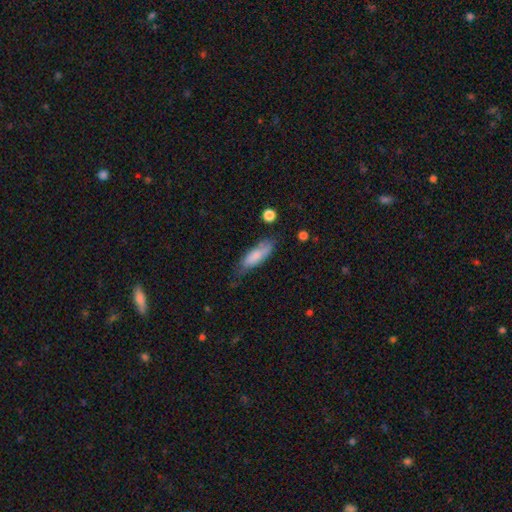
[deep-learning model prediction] Q: Smooth or featured?
A: smooth (77%); runner-up: featured or disk (17%)
Q: How rounded?
A: in between (54%); runner-up: cigar-shaped (44%)
Q: Merging?
A: none (55%); runner-up: minor disturbance (31%)